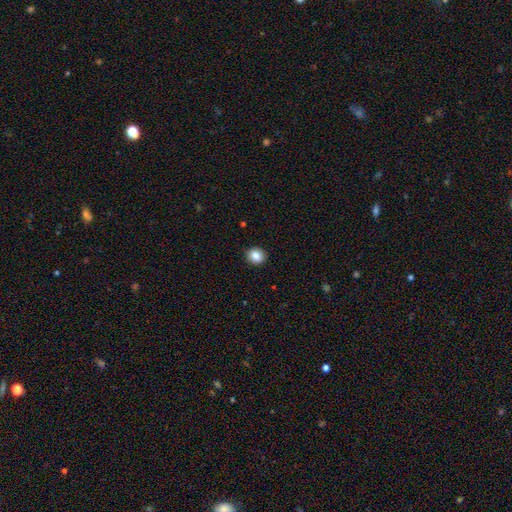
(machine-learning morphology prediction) The model was most divided on "how rounded": round: 82%, in between: 17%, cigar-shaped: 1%. More confident: merging — none (92%); smooth or featured — smooth (85%).